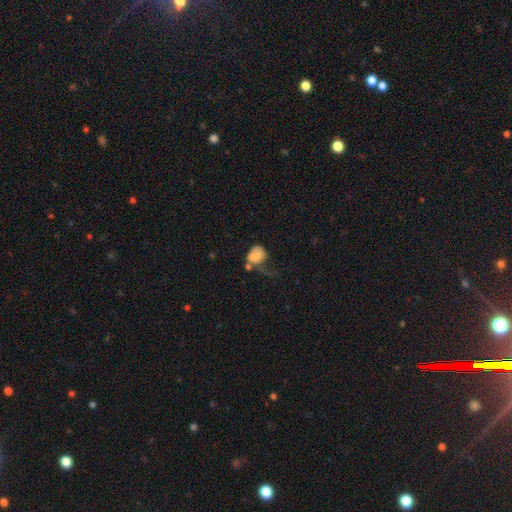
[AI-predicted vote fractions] Q: Smooth or featured?
A: smooth (69%); runner-up: featured or disk (21%)
Q: How rounded?
A: in between (59%); runner-up: round (39%)
Q: Merging?
A: major disturbance (49%); runner-up: none (18%)